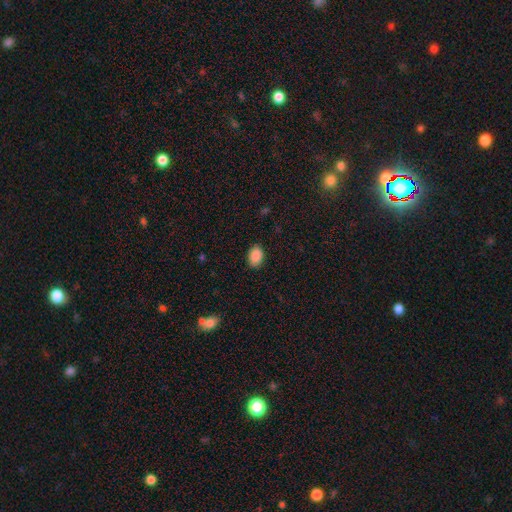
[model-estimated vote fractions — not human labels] A smooth galaxy with no disk features (90%) that is in between round and cigar-shaped (84%).

Vote fractions:
- Smooth or featured? smooth: 90% / star or artifact: 8% / featured or disk: 3%
- How rounded? in between: 84% / round: 15% / cigar-shaped: 1%
- Merging? none: 88% / minor disturbance: 9% / major disturbance: 2% / merger: 1%